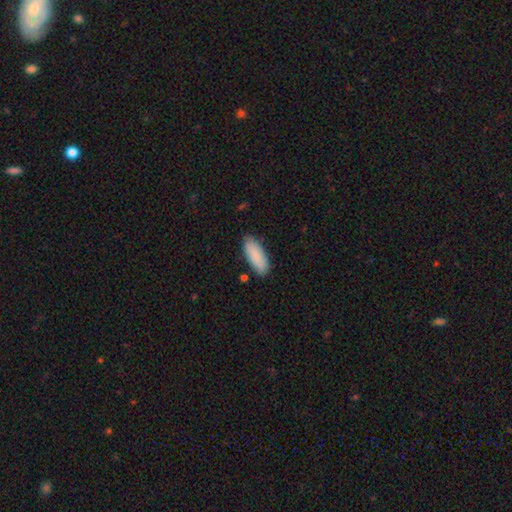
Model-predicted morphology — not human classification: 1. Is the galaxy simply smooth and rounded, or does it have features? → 87% smooth, 7% featured or disk, 5% star or artifact.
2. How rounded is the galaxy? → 79% in between, 19% cigar-shaped, 2% round.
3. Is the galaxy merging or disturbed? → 83% none, 13% minor disturbance, 2% major disturbance, 2% merger.